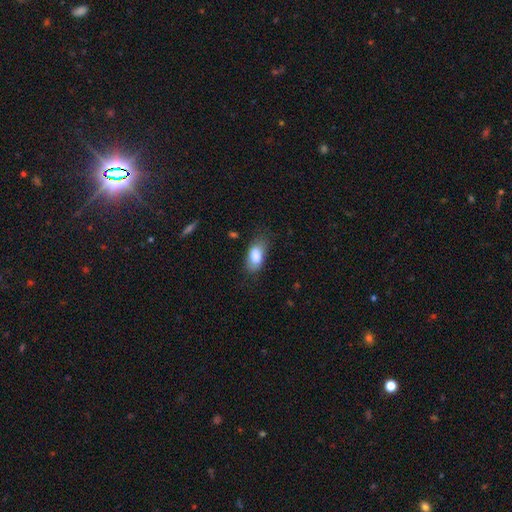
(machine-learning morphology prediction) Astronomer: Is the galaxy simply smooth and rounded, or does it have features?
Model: smooth — 84%.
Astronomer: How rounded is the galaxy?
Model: in between — 91%.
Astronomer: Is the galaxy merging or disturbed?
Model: none — 65%.